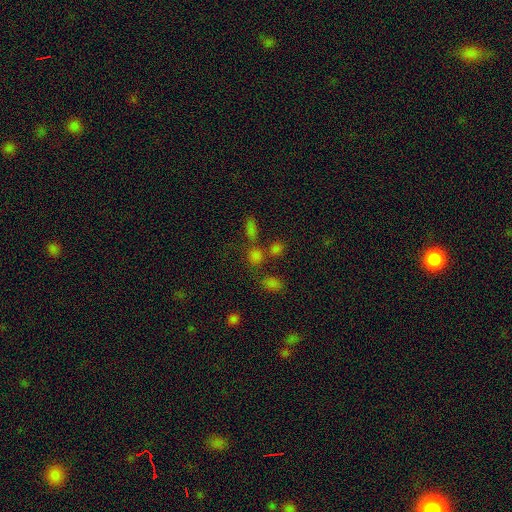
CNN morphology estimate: smooth-or-featured: smooth: 70% | star or artifact: 23% | featured or disk: 8%
  how-rounded: round: 61% | in between: 35% | cigar-shaped: 4%
  merging: none: 54% | merger: 30% | minor disturbance: 10% | major disturbance: 6%